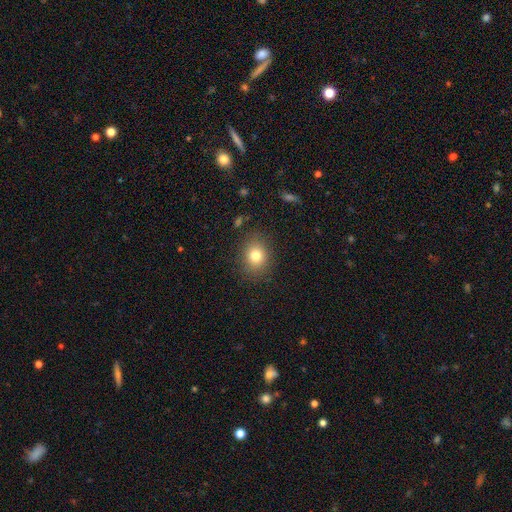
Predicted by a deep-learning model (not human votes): A smooth galaxy with no disk features (78%) that is round (62%).

Vote fractions:
- Smooth or featured? smooth: 78% / star or artifact: 12% / featured or disk: 10%
- How rounded? round: 62% / in between: 37% / cigar-shaped: 1%
- Merging? none: 85% / minor disturbance: 10% / major disturbance: 3% / merger: 1%